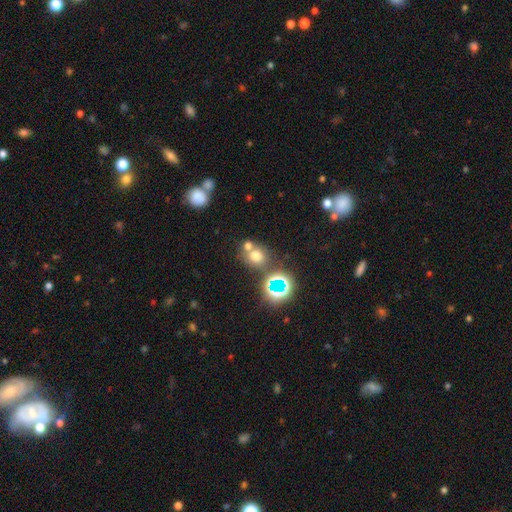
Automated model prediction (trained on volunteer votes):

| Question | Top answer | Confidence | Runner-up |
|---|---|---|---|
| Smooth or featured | smooth | 65% | star or artifact (24%) |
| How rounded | round | 75% | in between (24%) |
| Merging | none | 58% | merger (28%) |